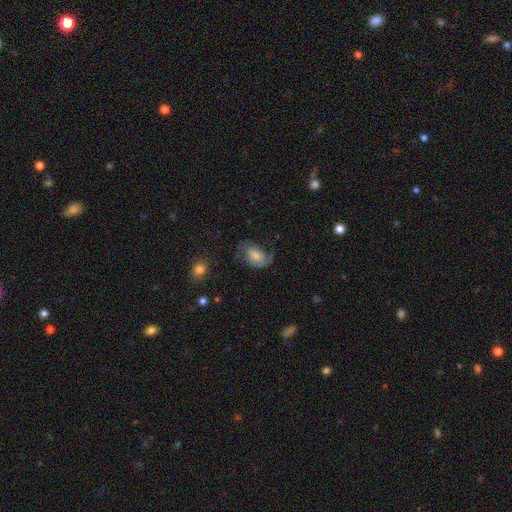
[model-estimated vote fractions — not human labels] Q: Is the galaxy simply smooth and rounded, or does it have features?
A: smooth — 47%.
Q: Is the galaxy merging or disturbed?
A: none — 47%.